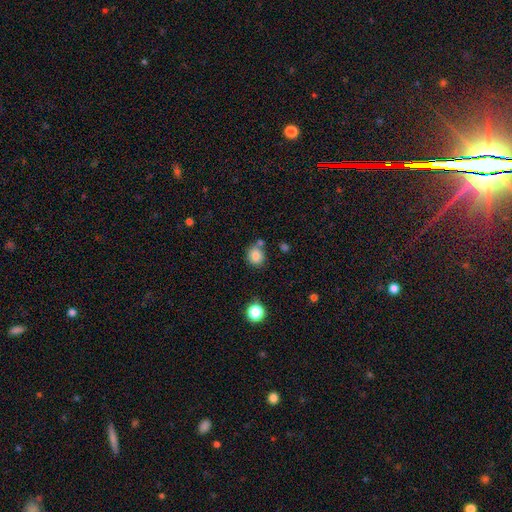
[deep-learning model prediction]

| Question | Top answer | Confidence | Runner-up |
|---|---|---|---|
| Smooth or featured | smooth | 83% | star or artifact (11%) |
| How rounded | round | 80% | in between (19%) |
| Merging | none | 66% | minor disturbance (15%) |